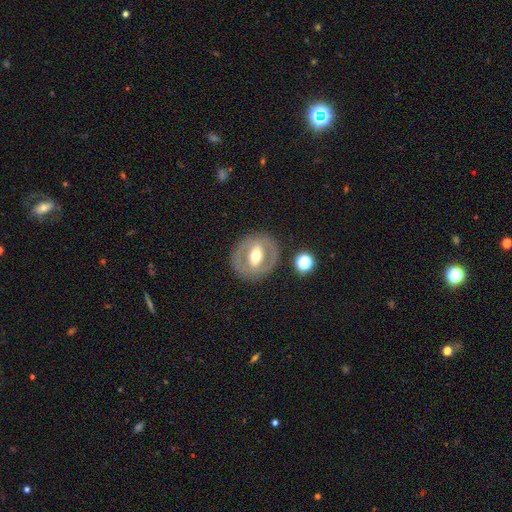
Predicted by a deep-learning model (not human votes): The model was most divided on "bar": strong: 46%, weak: 33%, no: 22%. More confident: edge-on disk — no (92%); merging — none (83%); spiral arms — no (74%); bulge size — moderate (69%); smooth or featured — featured or disk (66%).